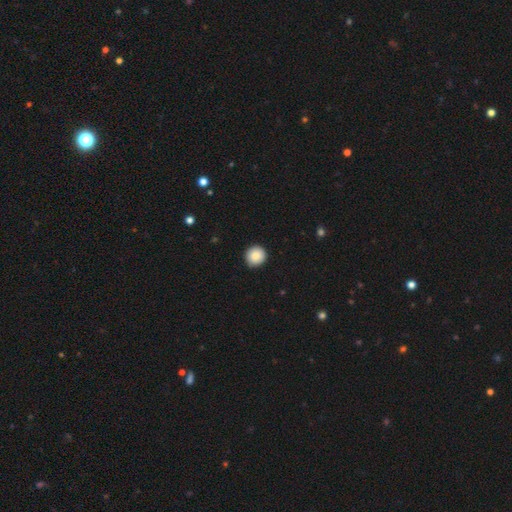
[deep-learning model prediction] Smooth or featured: smooth — 87% (star or artifact — 8%)
How rounded: round — 94% (in between — 6%)
Merging: none — 92% (minor disturbance — 6%)